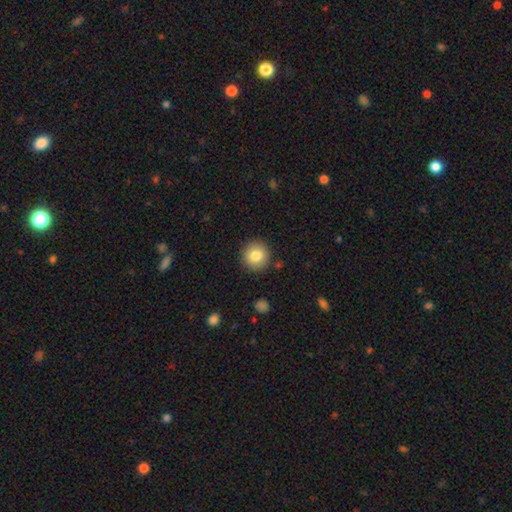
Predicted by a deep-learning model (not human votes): Smooth or featured? smooth (82%)
How rounded? round (93%)
Merging? none (89%)